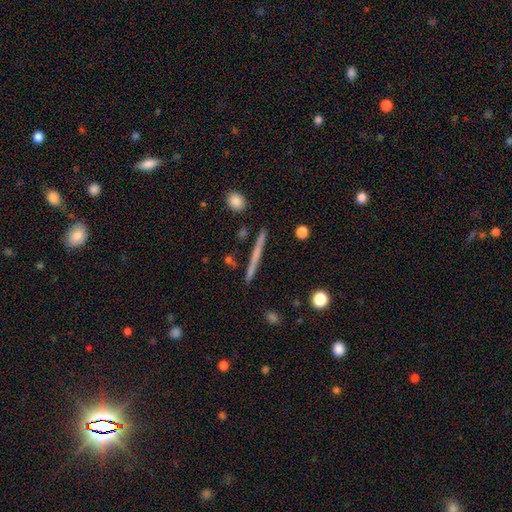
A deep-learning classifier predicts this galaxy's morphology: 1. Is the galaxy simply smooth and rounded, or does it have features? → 52% featured or disk, 41% smooth, 7% star or artifact.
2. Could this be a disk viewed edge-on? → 97% yes, 3% no.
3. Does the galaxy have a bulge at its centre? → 77% none, 19% rounded, 5% boxy.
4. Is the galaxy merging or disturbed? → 91% none, 6% minor disturbance, 2% merger, 1% major disturbance.